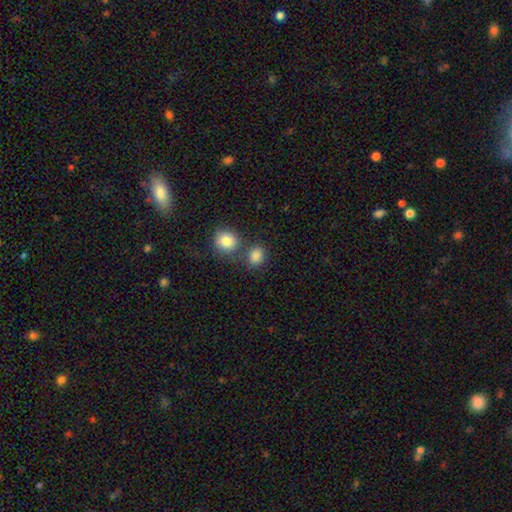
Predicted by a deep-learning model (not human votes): Smooth or featured: smooth — 85% (star or artifact — 11%)
How rounded: round — 57% (in between — 42%)
Merging: none — 62% (merger — 23%)